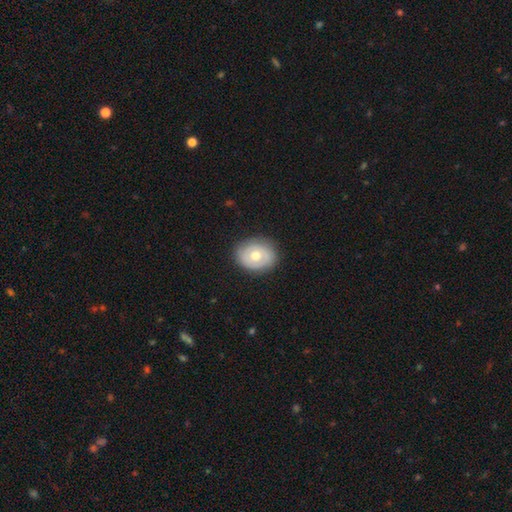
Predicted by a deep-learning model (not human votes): Smooth or featured? Predicted: smooth (p=0.49). Merging? Predicted: none (p=0.83).